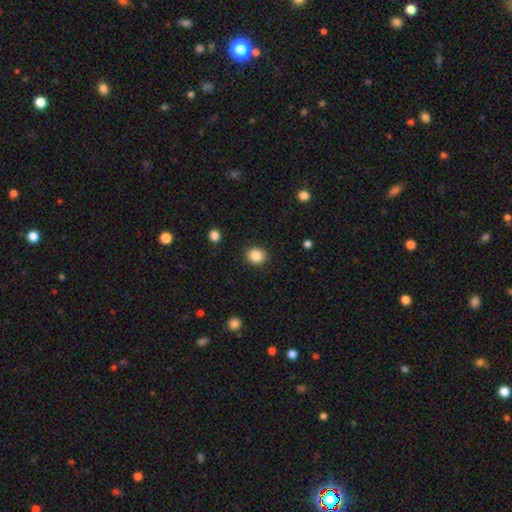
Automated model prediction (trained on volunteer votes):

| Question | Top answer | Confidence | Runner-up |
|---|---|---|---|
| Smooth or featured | smooth | 85% | star or artifact (9%) |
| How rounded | round | 71% | in between (28%) |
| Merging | none | 91% | minor disturbance (6%) |